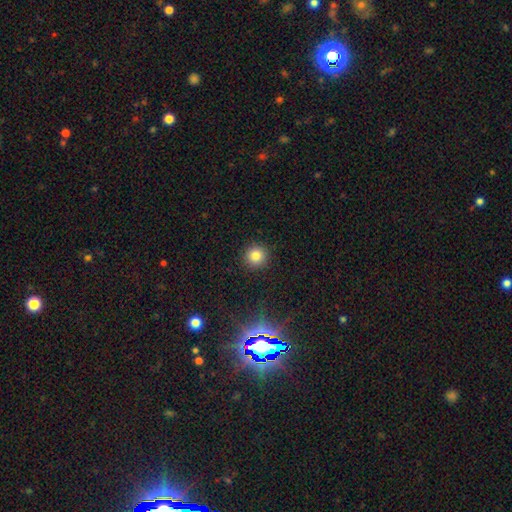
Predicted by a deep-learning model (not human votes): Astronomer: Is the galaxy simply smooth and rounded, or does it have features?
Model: smooth — 81%.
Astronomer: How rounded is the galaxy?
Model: round — 94%.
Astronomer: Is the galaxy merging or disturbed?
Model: none — 91%.